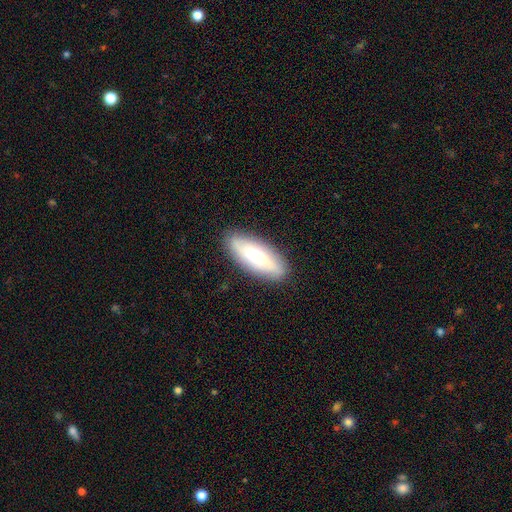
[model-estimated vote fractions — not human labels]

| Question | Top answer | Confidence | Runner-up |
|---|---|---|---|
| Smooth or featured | smooth | 59% | featured or disk (33%) |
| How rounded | in between | 67% | cigar-shaped (31%) |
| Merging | none | 88% | minor disturbance (9%) |